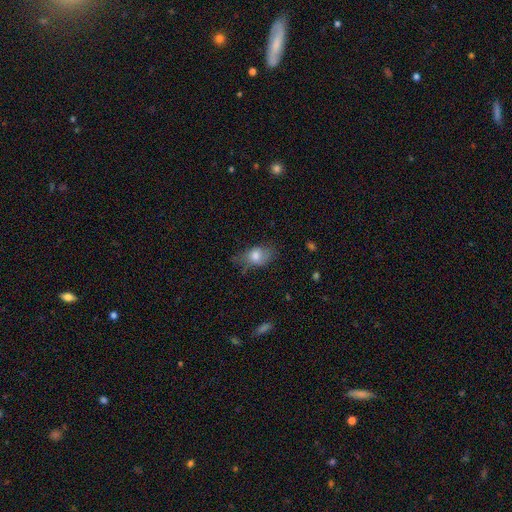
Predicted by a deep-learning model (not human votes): The model was most divided on "merging": none: 53%, minor disturbance: 31%, major disturbance: 14%, merger: 2%. More confident: how rounded — in between (82%); smooth or featured — smooth (74%).